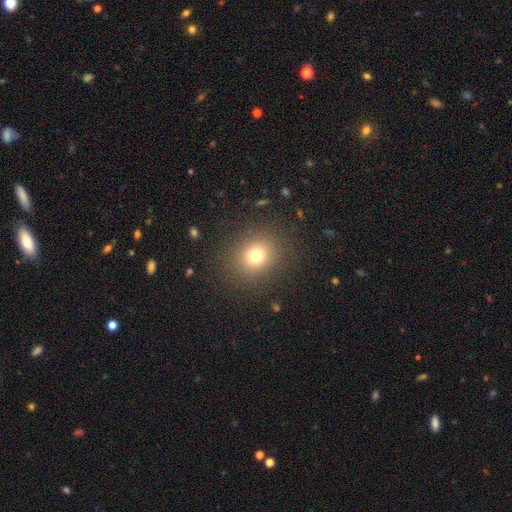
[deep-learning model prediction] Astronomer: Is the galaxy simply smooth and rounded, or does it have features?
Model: smooth — 74%.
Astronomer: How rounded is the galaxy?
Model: round — 74%.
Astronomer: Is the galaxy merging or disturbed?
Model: none — 86%.